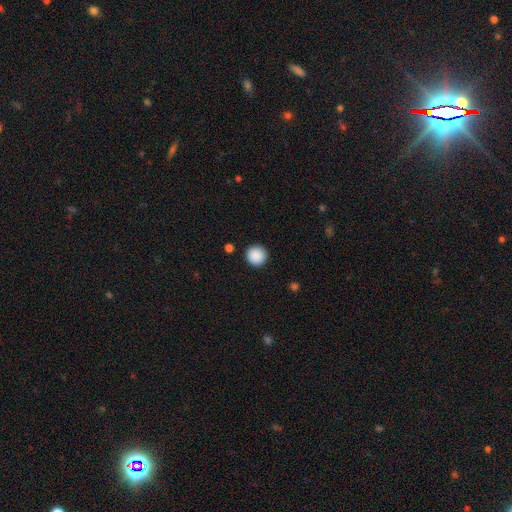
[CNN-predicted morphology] smooth-or-featured: smooth: 89% | star or artifact: 8% | featured or disk: 2%
  how-rounded: round: 95% | in between: 4% | cigar-shaped: 1%
  merging: none: 91% | minor disturbance: 5% | major disturbance: 2% | merger: 1%